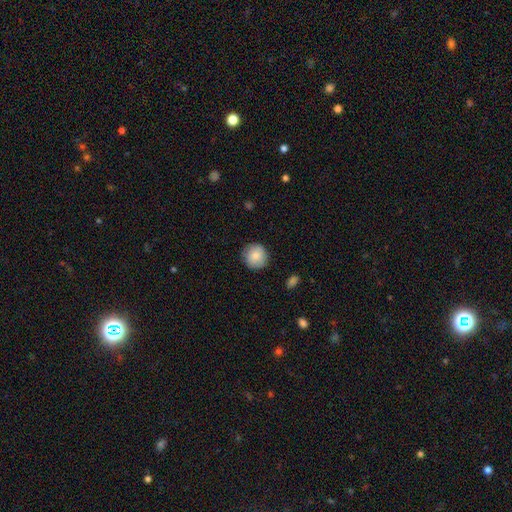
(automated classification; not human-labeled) A smooth galaxy with no disk features (83%) that is round (93%). Merging: none (84%).